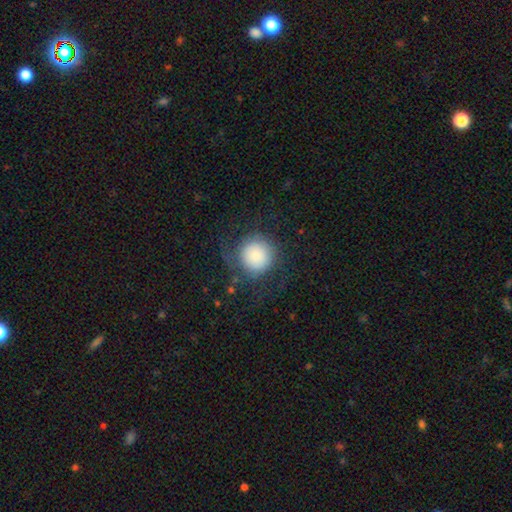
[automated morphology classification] Smooth or featured? Predicted: smooth (p=0.75). How rounded? Predicted: round (p=0.94). Merging? Predicted: none (p=0.65).